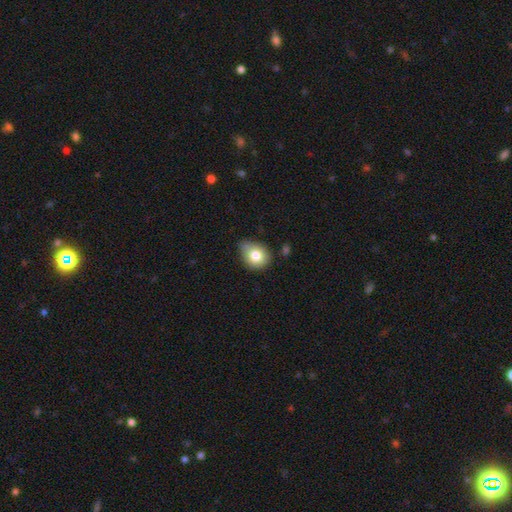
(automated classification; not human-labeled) Smooth or featured: smooth — 79% (featured or disk — 12%)
How rounded: round — 57% (in between — 42%)
Merging: none — 55% (minor disturbance — 34%)